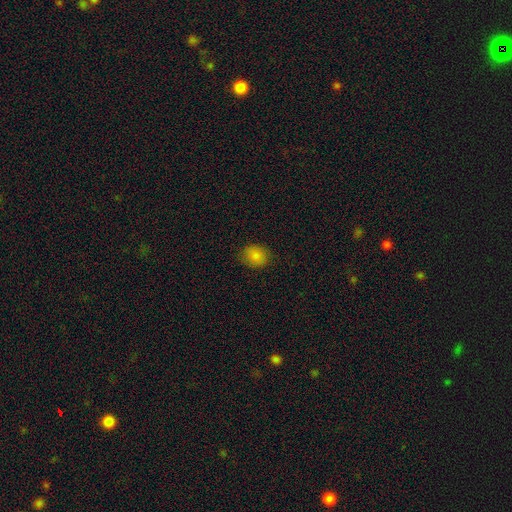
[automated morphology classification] Overall: smooth (84%). How rounded: round (55%; in between 44%). Merging: none (83%).